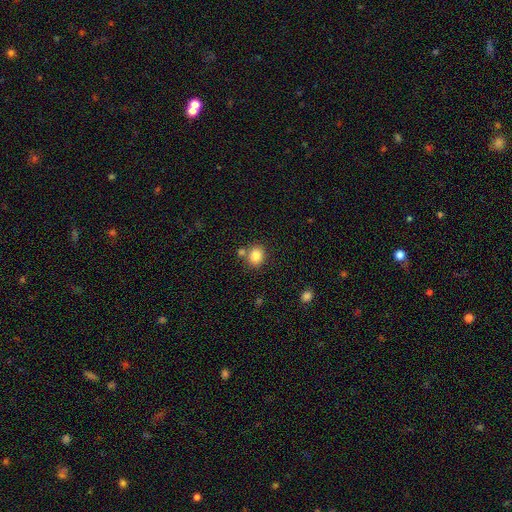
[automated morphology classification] Smooth or featured?
  - smooth: 84% *
  - star or artifact: 10%
  - featured or disk: 6%
How rounded?
  - round: 64% *
  - in between: 35%
  - cigar-shaped: 1%
Merging?
  - none: 71% *
  - merger: 16%
  - minor disturbance: 10%
  - major disturbance: 3%